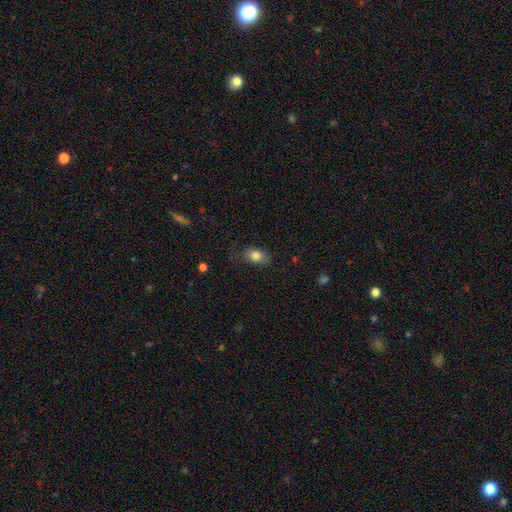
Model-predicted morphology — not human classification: The model was most divided on "merging": none: 75%, minor disturbance: 19%, major disturbance: 5%, merger: 1%. More confident: how rounded — in between (87%); smooth or featured — smooth (80%).